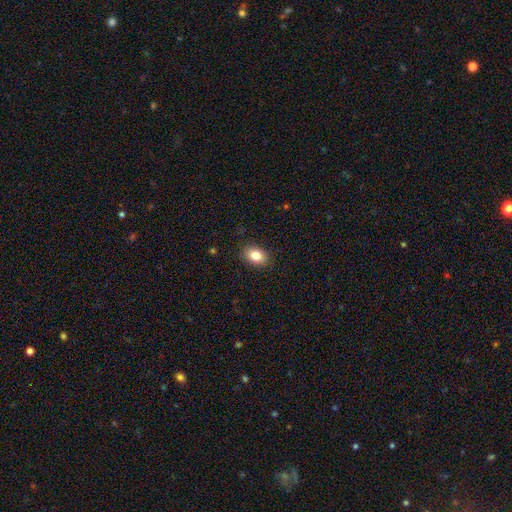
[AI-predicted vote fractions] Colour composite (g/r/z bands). It shows a smooth galaxy with no disk features (83%) that is in between round and cigar-shaped (78%). Merging: none (88%).